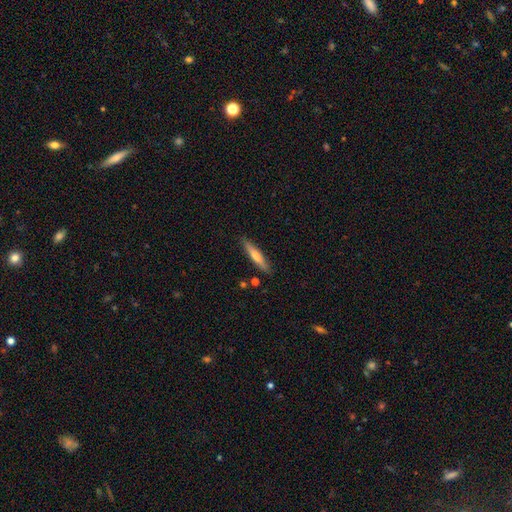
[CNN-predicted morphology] Q: Smooth or featured?
A: smooth (58%); runner-up: featured or disk (36%)
Q: How rounded?
A: cigar-shaped (89%); runner-up: in between (10%)
Q: Merging?
A: none (87%); runner-up: minor disturbance (9%)